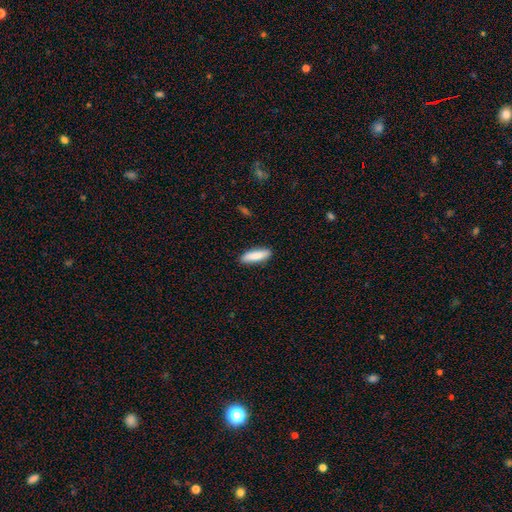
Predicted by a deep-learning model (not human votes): smooth_or_featured: smooth (p=0.87) [alt: featured or disk p=0.08]
how_rounded: cigar-shaped (p=0.55) [alt: in between p=0.43]
merging: none (p=0.88) [alt: minor disturbance p=0.09]